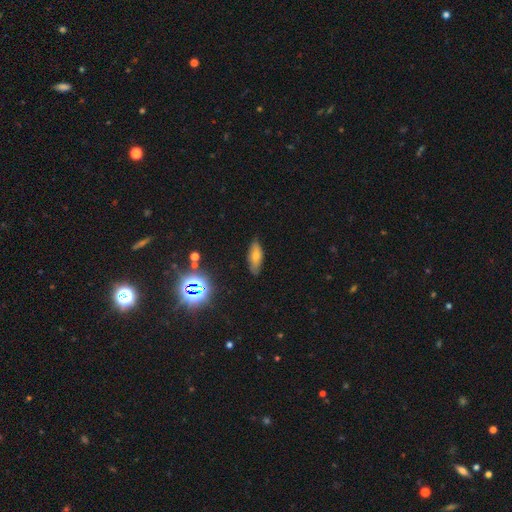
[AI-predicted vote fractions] Overall: smooth (61%; featured or disk 25%). How rounded: in between (74%). Merging: none (79%).